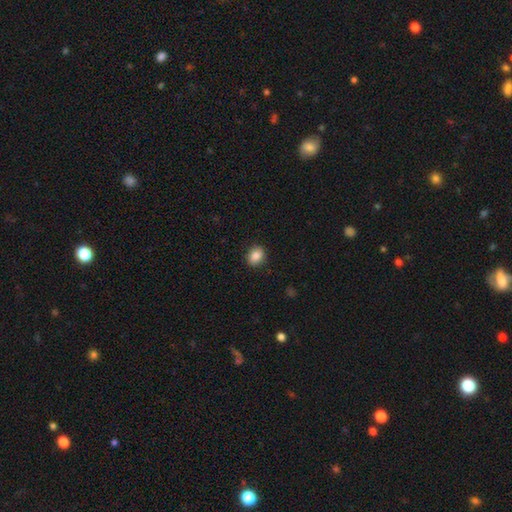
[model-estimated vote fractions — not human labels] A smooth galaxy with no disk features (87%) that is round (52%).

Vote fractions:
- Smooth or featured? smooth: 87% / star or artifact: 9% / featured or disk: 5%
- How rounded? round: 52% / in between: 47% / cigar-shaped: 1%
- Merging? none: 88% / minor disturbance: 9% / major disturbance: 2% / merger: 1%